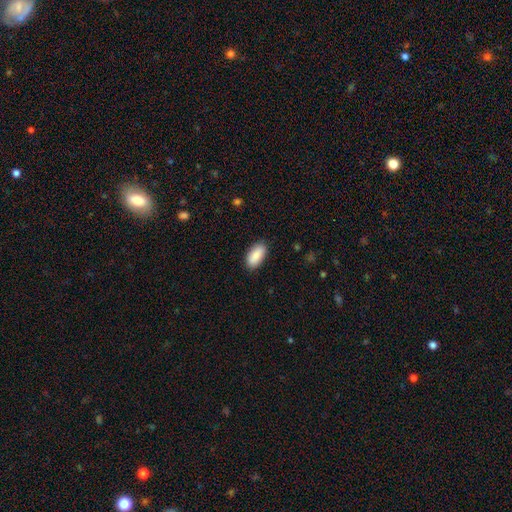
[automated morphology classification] smooth-or-featured: smooth: 87% | featured or disk: 6% | star or artifact: 6%
  how-rounded: in between: 93% | cigar-shaped: 5% | round: 2%
  merging: none: 86% | minor disturbance: 11% | major disturbance: 2% | merger: 1%